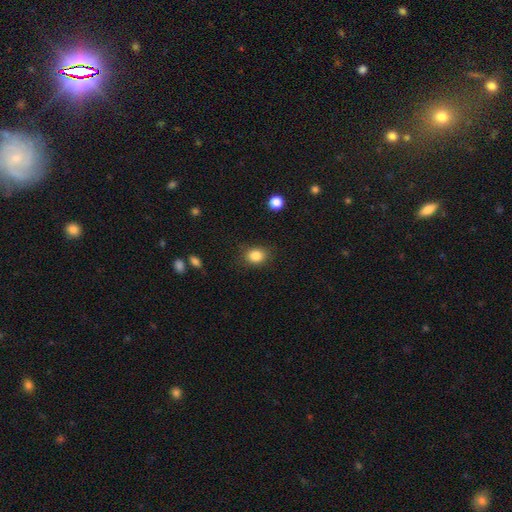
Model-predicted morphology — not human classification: smooth_or_featured: smooth (p=0.85) [alt: star or artifact p=0.10]
how_rounded: round (p=0.57) [alt: in between p=0.42]
merging: none (p=0.83) [alt: minor disturbance p=0.13]